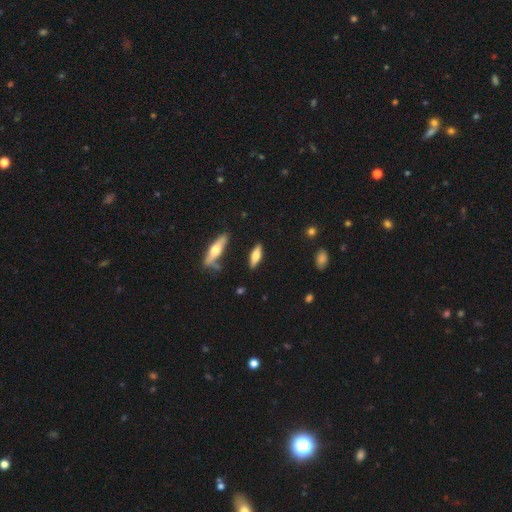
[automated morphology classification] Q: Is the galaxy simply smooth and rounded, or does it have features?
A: smooth — 61%.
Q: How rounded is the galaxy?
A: cigar-shaped — 50%.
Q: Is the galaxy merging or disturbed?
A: none — 82%.